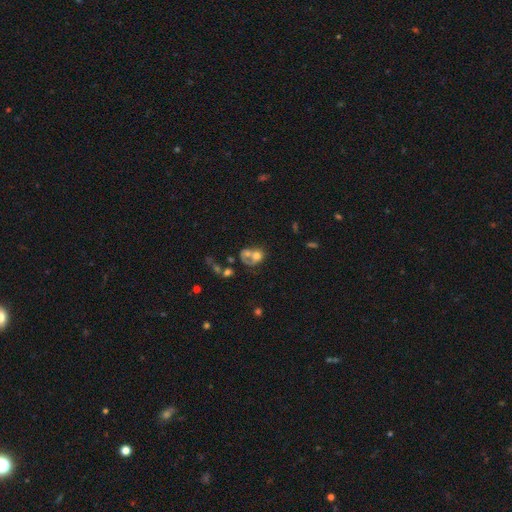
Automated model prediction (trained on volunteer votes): Morphology: type=smooth (52%); roundness=round (53%); merging=merger (56%).